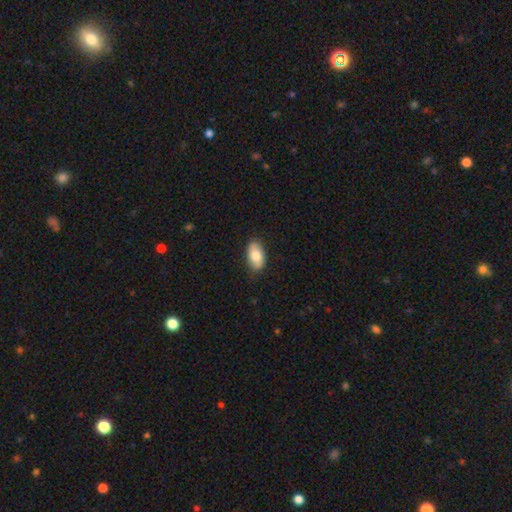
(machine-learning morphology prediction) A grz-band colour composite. It shows a smooth galaxy with no disk features (78%) that is in between round and cigar-shaped (94%). Merging: none (83%).